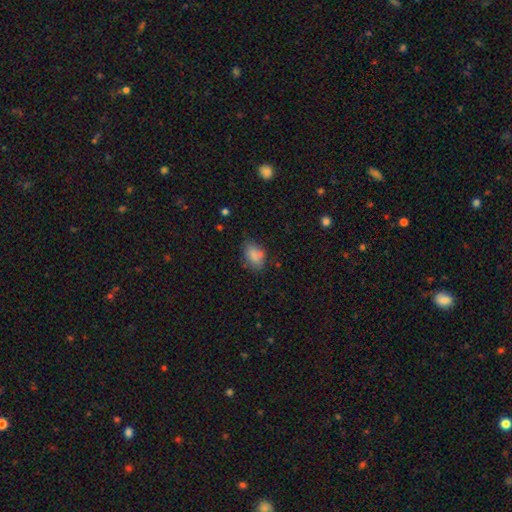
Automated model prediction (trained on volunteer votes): Q: Smooth or featured?
A: smooth (79%); runner-up: featured or disk (11%)
Q: How rounded?
A: in between (83%); runner-up: round (15%)
Q: Merging?
A: none (60%); runner-up: minor disturbance (26%)